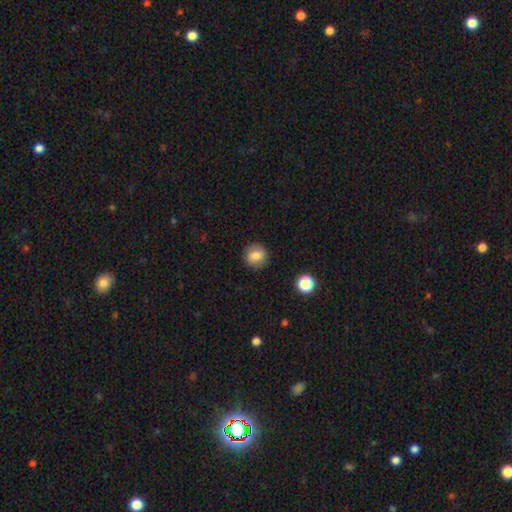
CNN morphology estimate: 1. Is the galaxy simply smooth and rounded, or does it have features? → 82% smooth, 10% star or artifact, 8% featured or disk.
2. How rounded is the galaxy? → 86% round, 13% in between, 1% cigar-shaped.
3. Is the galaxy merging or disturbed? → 89% none, 8% minor disturbance, 2% major disturbance, 1% merger.